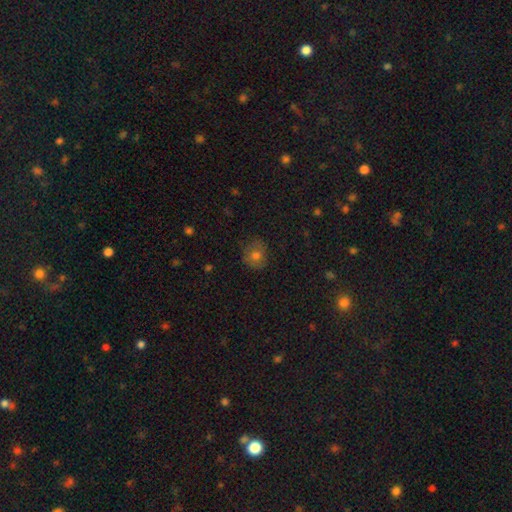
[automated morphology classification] smooth 71%, featured or disk 16%, star or artifact 13%. Down the decision tree: how rounded — round (77%); merging — none (77%).